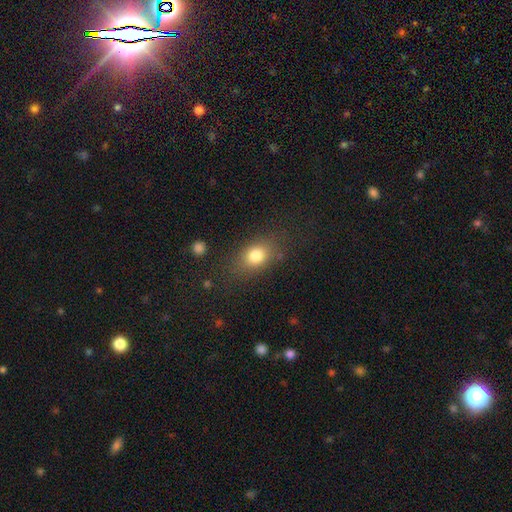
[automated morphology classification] smooth_or_featured: smooth (p=0.80) [alt: featured or disk p=0.10]
how_rounded: in between (p=0.68) [alt: round p=0.29]
merging: none (p=0.75) [alt: minor disturbance p=0.15]